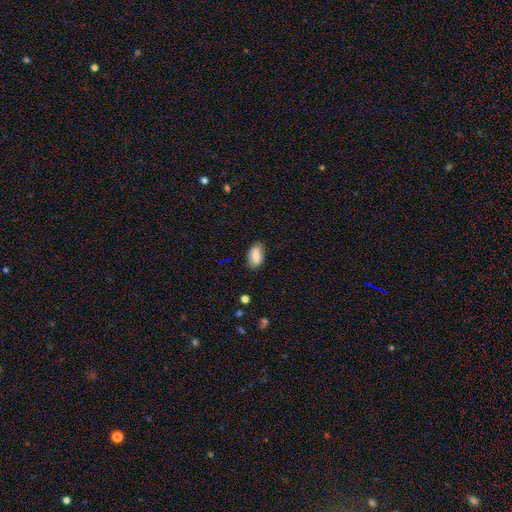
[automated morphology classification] The model was most divided on "merging": none: 76%, minor disturbance: 19%, major disturbance: 4%, merger: 2%. More confident: how rounded — in between (91%); smooth or featured — smooth (84%).